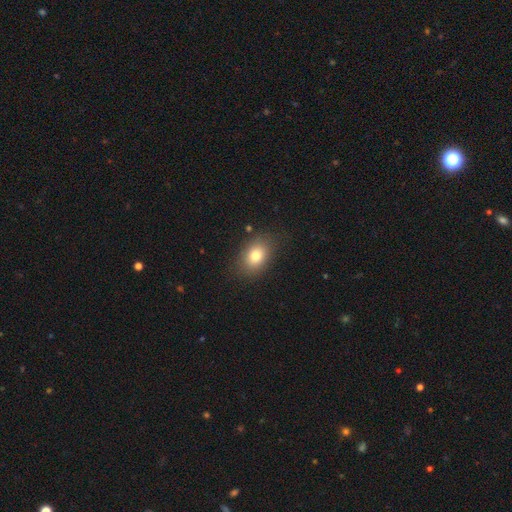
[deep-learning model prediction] Smooth or featured?
  - smooth: 80% *
  - featured or disk: 10%
  - star or artifact: 10%
How rounded?
  - in between: 77% *
  - round: 22%
  - cigar-shaped: 1%
Merging?
  - none: 83% *
  - minor disturbance: 12%
  - major disturbance: 4%
  - merger: 2%